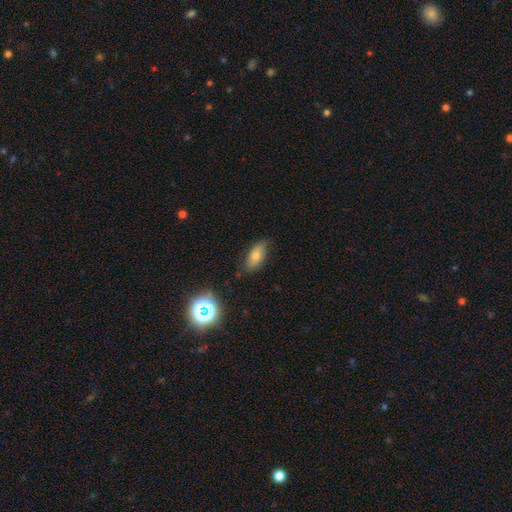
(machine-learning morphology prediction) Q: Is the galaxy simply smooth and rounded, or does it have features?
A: smooth — 70%.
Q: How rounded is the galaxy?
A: in between — 88%.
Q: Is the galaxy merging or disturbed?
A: none — 74%.